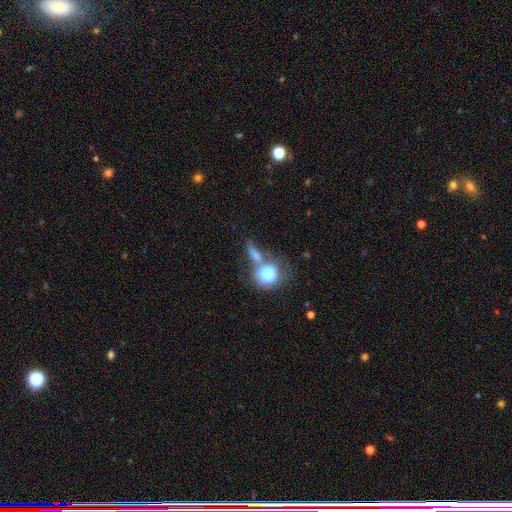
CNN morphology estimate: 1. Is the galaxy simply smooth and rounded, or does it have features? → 61% smooth, 25% featured or disk, 13% star or artifact.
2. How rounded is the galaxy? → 52% in between, 37% round, 10% cigar-shaped.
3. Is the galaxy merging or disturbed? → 51% merger, 26% none, 12% major disturbance, 11% minor disturbance.